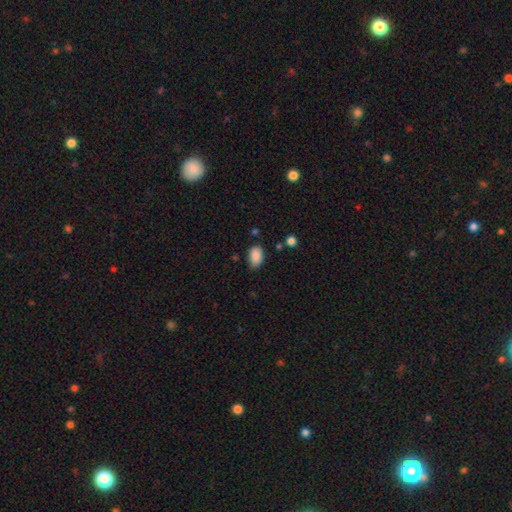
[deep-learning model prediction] A smooth galaxy with no disk features (89%) that is in between round and cigar-shaped (89%).

Vote fractions:
- Smooth or featured? smooth: 89% / star or artifact: 8% / featured or disk: 4%
- How rounded? in between: 89% / round: 9% / cigar-shaped: 1%
- Merging? none: 77% / minor disturbance: 17% / major disturbance: 3% / merger: 2%